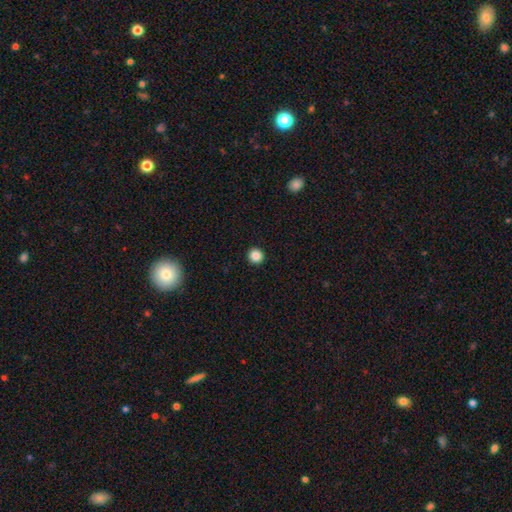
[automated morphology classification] Smooth or featured: smooth — 87% (star or artifact — 10%)
How rounded: round — 96% (in between — 3%)
Merging: none — 94% (minor disturbance — 4%)